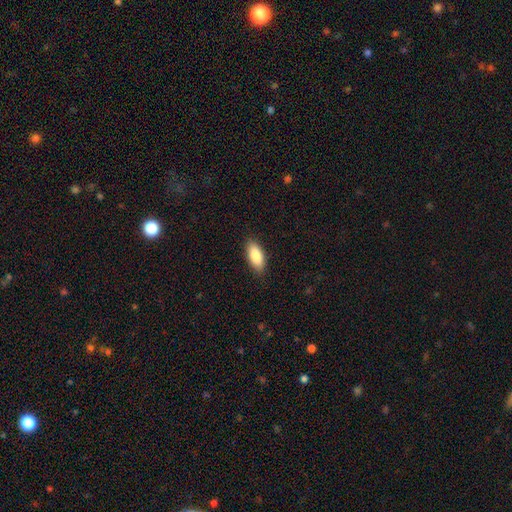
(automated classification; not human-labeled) Smooth or featured?
  - smooth: 87% *
  - featured or disk: 7%
  - star or artifact: 6%
How rounded?
  - in between: 85% *
  - cigar-shaped: 13%
  - round: 2%
Merging?
  - none: 87% *
  - minor disturbance: 10%
  - major disturbance: 2%
  - merger: 1%